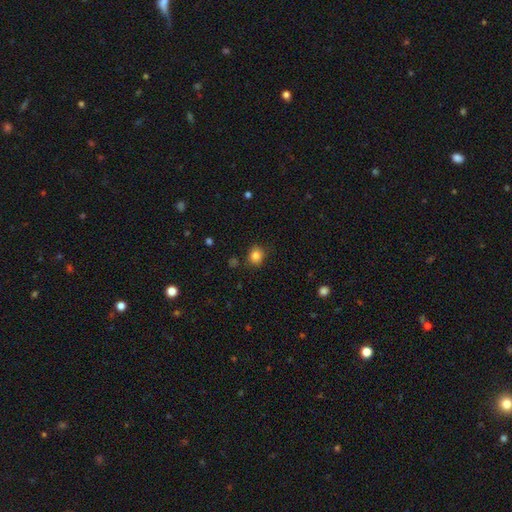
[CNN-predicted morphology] A smooth galaxy with no disk features (84%) that is round (75%).

Vote fractions:
- Smooth or featured? smooth: 84% / star or artifact: 12% / featured or disk: 5%
- How rounded? round: 75% / in between: 24% / cigar-shaped: 1%
- Merging? none: 84% / minor disturbance: 11% / major disturbance: 3% / merger: 2%